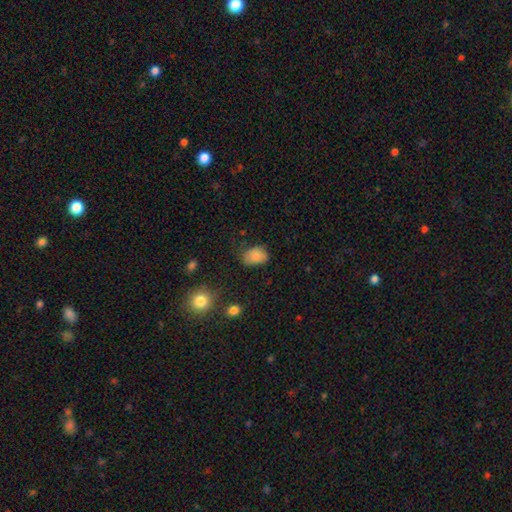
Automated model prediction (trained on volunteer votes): Smooth or featured? smooth (83%)
How rounded? in between (74%)
Merging? none (58%)